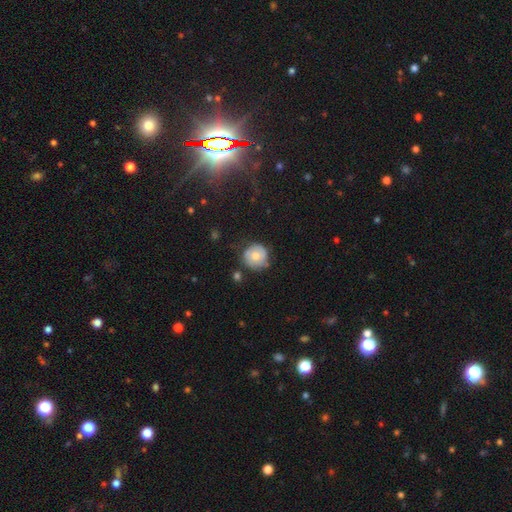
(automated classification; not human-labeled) smooth 57%, featured or disk 35%, star or artifact 8%. Down the decision tree: how rounded — round (90%); merging — none (67%).